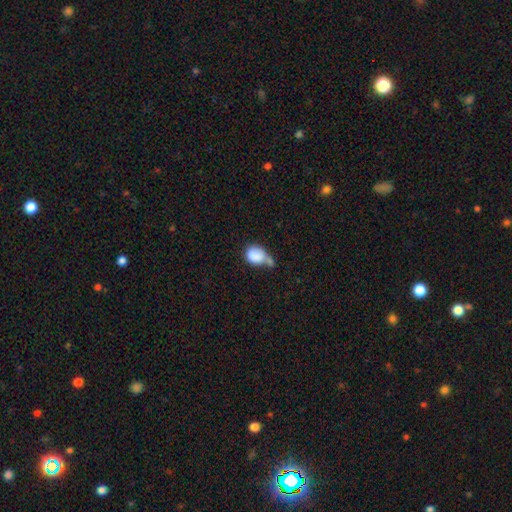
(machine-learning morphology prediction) Q: Smooth or featured?
A: smooth (83%); runner-up: featured or disk (9%)
Q: How rounded?
A: round (53%); runner-up: in between (46%)
Q: Merging?
A: merger (34%); runner-up: minor disturbance (25%)